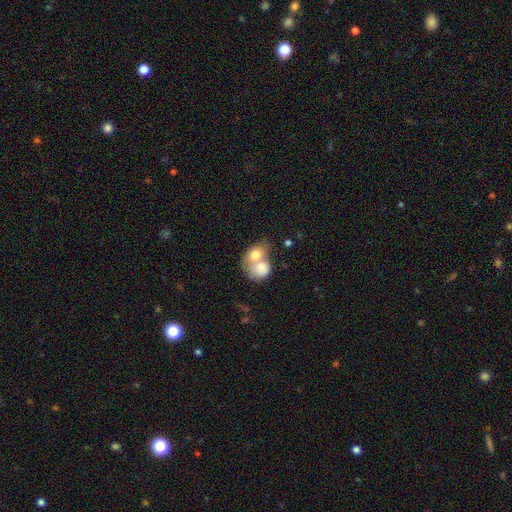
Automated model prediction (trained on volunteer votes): Q: Smooth or featured?
A: smooth (73%); runner-up: featured or disk (21%)
Q: How rounded?
A: in between (50%); runner-up: round (49%)
Q: Merging?
A: merger (78%); runner-up: none (13%)